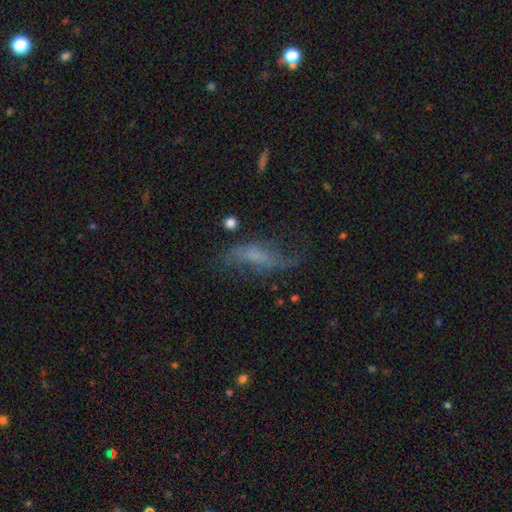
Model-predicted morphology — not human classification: Q: Smooth or featured?
A: featured or disk (55%); runner-up: smooth (32%)
Q: Edge-on disk?
A: no (86%); runner-up: yes (14%)
Q: Merging?
A: none (47%); runner-up: major disturbance (27%)